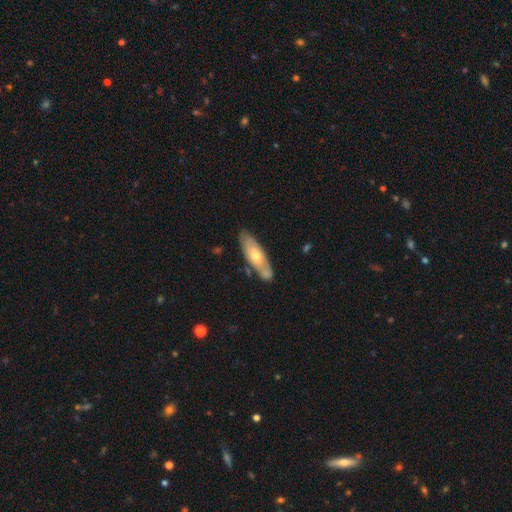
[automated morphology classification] Smooth or featured?
  - smooth: 51% *
  - featured or disk: 43%
  - star or artifact: 5%
How rounded?
  - in between: 53% *
  - cigar-shaped: 45%
  - round: 2%
Merging?
  - none: 71% *
  - minor disturbance: 18%
  - merger: 8%
  - major disturbance: 4%